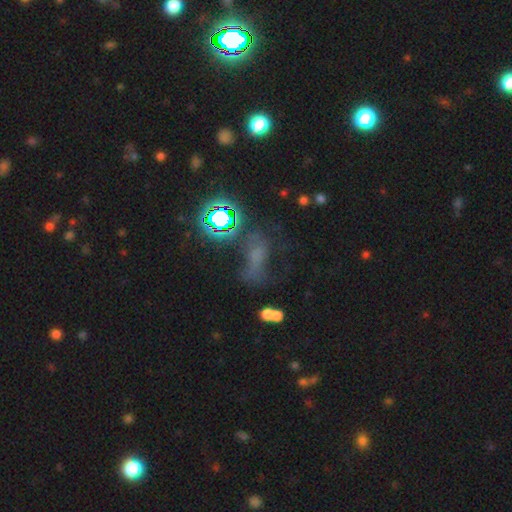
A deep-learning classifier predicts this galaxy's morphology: type=star or artifact (40%).